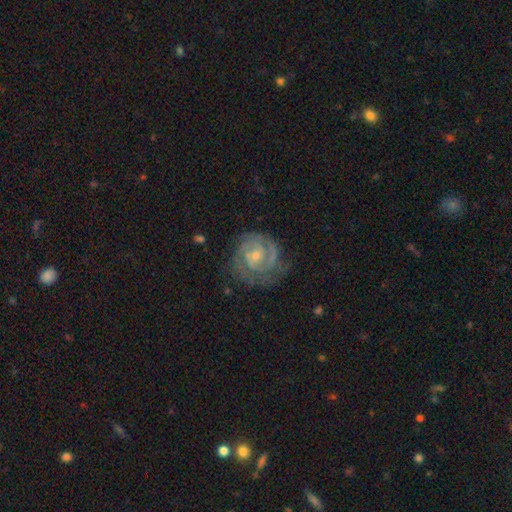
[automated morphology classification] Smooth or featured? Predicted: featured or disk (p=0.87). Edge-on disk? Predicted: no (p=0.98). Bar? Predicted: no (p=0.55). Spiral arms? Predicted: yes (p=0.97). Spiral winding? Predicted: tight (p=0.69). Spiral arm count? Predicted: 2 (p=0.53). Bulge size? Predicted: small (p=0.66). Merging? Predicted: none (p=0.73).